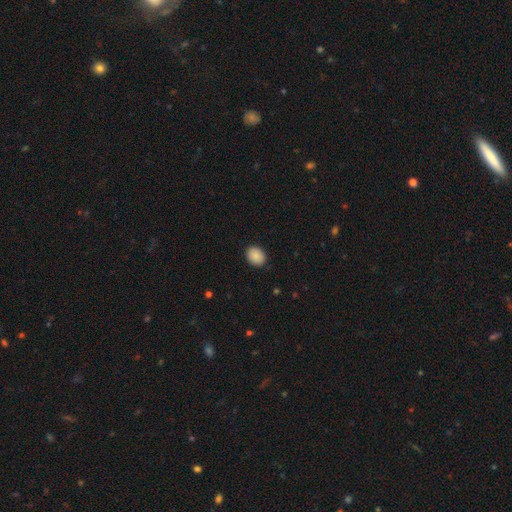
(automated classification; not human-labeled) This is clearly a smooth galaxy (89%). How rounded: likely in between (60%). Merging: clearly none (89%).